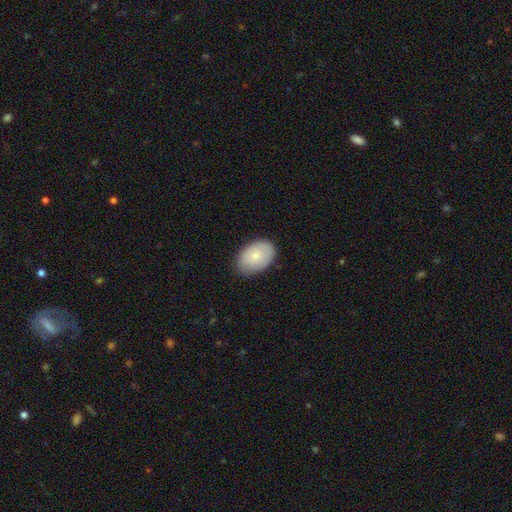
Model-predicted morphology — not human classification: Smooth or featured: smooth — 78% (featured or disk — 16%)
How rounded: in between — 87% (round — 12%)
Merging: none — 82% (minor disturbance — 14%)